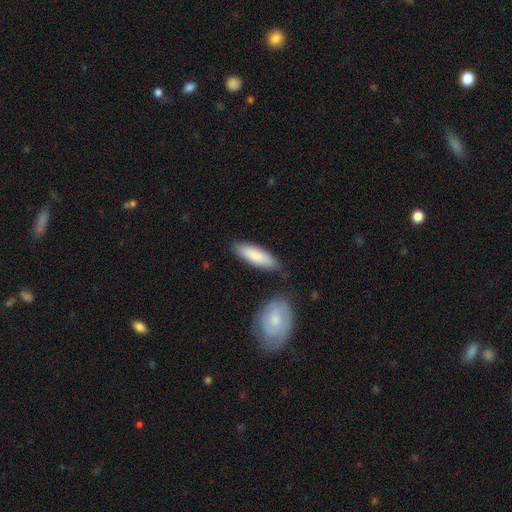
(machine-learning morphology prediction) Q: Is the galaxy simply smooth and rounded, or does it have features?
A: smooth — 84%.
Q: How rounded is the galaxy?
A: in between — 53%.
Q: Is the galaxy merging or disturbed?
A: none — 77%.